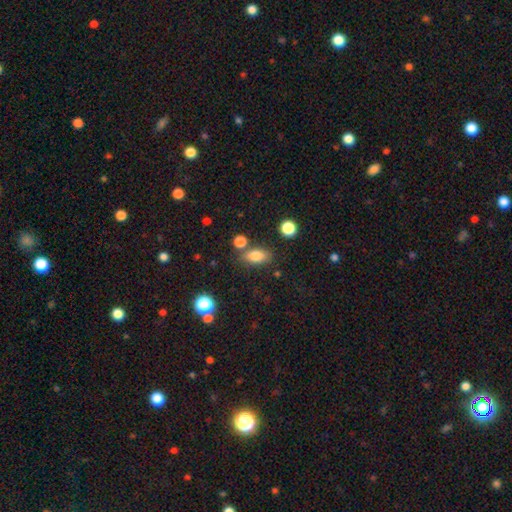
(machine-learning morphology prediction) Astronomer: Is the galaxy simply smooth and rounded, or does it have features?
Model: smooth — 81%.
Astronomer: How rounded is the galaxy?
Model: in between — 82%.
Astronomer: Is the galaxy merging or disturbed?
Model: none — 72%.